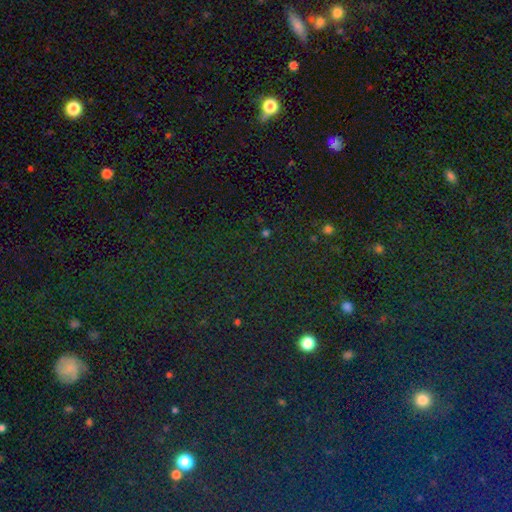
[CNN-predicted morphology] Smooth or featured: star or artifact — 77% (smooth — 15%)